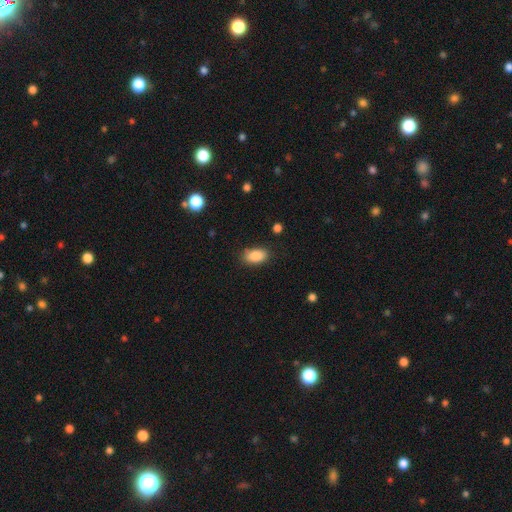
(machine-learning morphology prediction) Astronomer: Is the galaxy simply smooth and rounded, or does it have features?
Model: smooth — 88%.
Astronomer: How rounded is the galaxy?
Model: in between — 92%.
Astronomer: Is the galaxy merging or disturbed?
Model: none — 82%.